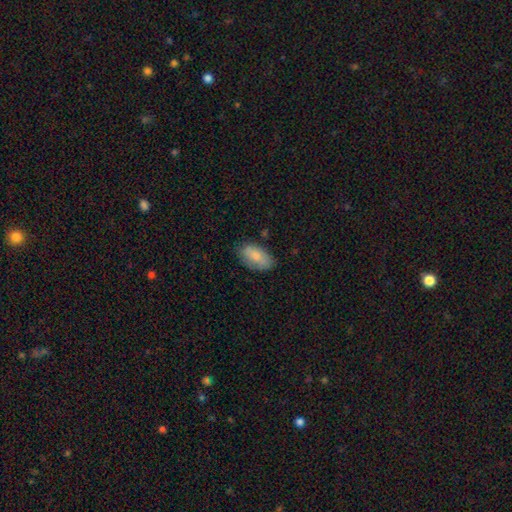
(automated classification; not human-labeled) Smooth or featured? Predicted: smooth (p=0.81). How rounded? Predicted: in between (p=0.93). Merging? Predicted: none (p=0.74).